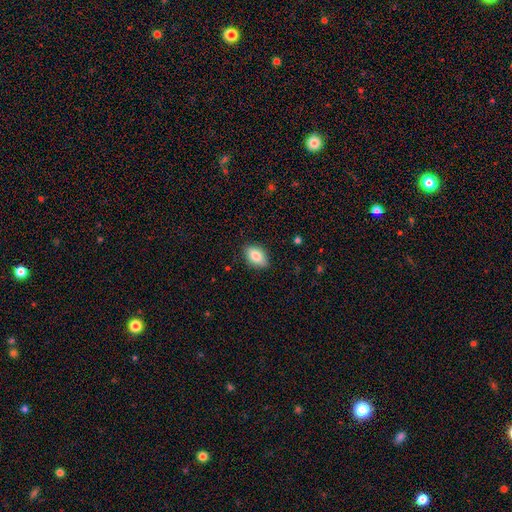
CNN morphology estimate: Smooth or featured?
  - smooth: 82% *
  - featured or disk: 11%
  - star or artifact: 7%
How rounded?
  - in between: 89% *
  - round: 8%
  - cigar-shaped: 3%
Merging?
  - none: 85% *
  - minor disturbance: 12%
  - major disturbance: 2%
  - merger: 1%